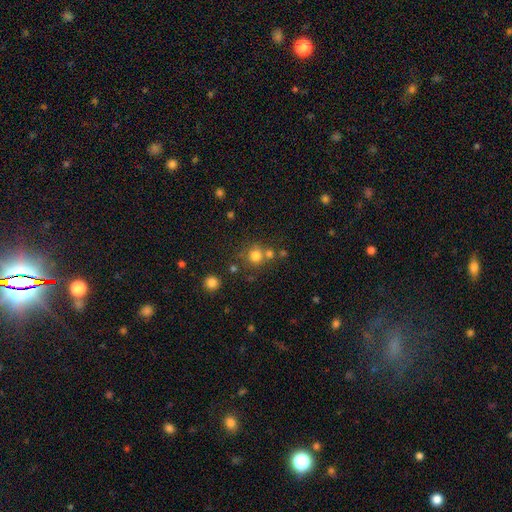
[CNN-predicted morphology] Overall: smooth (76%). How rounded: round (91%). Merging: none (65%).